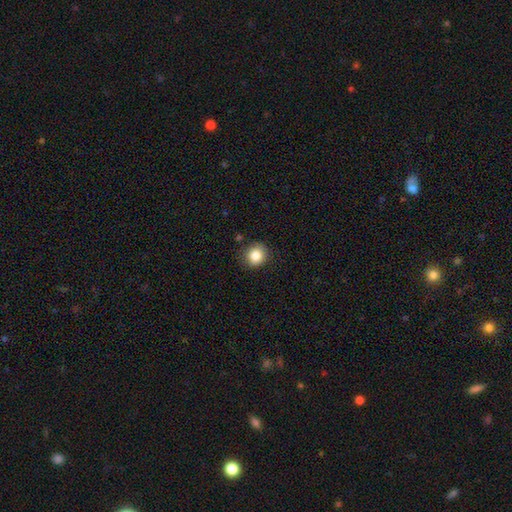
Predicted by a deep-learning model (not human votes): smooth 84%, star or artifact 10%, featured or disk 6%. Down the decision tree: how rounded — round (83%); merging — none (86%).